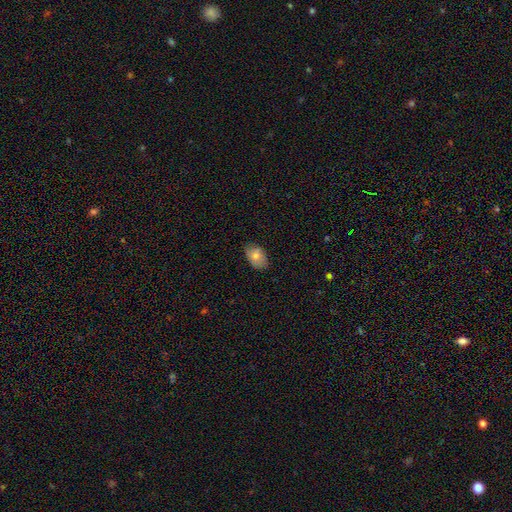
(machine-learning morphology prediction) Smooth or featured? smooth (74%)
How rounded? in between (87%)
Merging? none (76%)